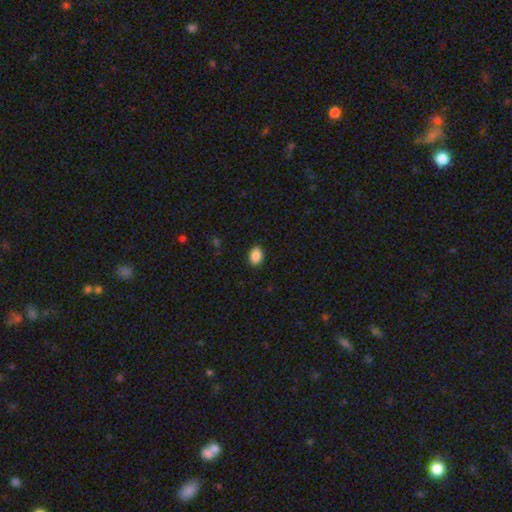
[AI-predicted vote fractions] smooth_or_featured: smooth (p=0.89) [alt: star or artifact p=0.08]
how_rounded: in between (p=0.79) [alt: round p=0.20]
merging: none (p=0.90) [alt: minor disturbance p=0.07]